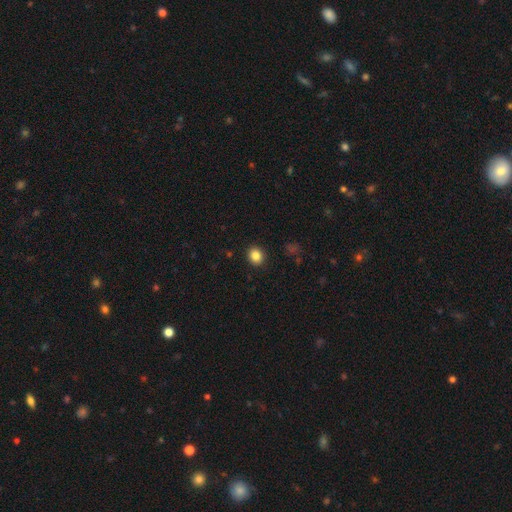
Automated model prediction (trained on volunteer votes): This appears to be a smooth galaxy with no disk features (84%) that is round (79%). Merging: none (92%).